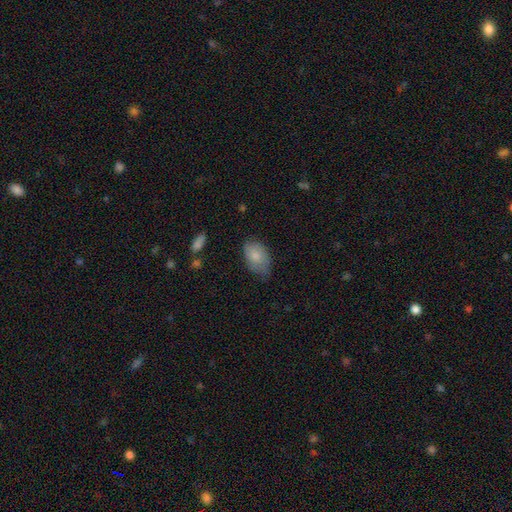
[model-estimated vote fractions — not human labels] smooth 82%, featured or disk 11%, star or artifact 7%. Down the decision tree: how rounded — in between (90%); merging — none (58%).